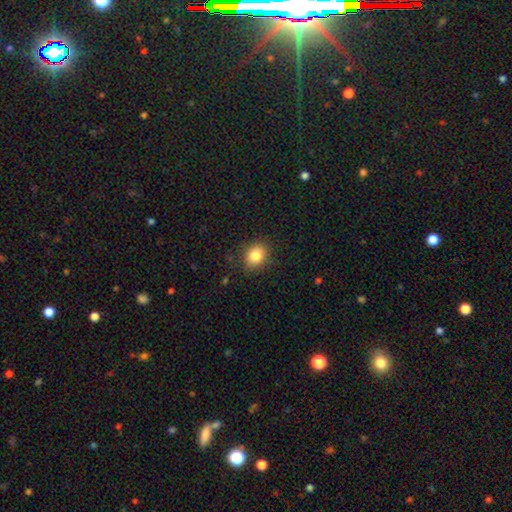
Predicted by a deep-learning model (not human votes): smooth-or-featured: smooth: 83% | star or artifact: 10% | featured or disk: 6%
  how-rounded: round: 59% | in between: 40% | cigar-shaped: 1%
  merging: none: 86% | minor disturbance: 10% | major disturbance: 3% | merger: 1%